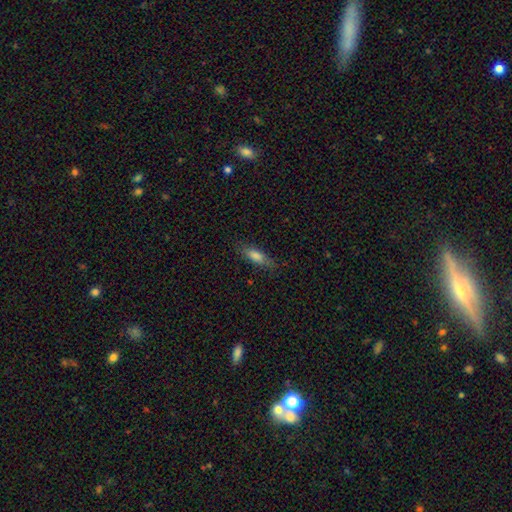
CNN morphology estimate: The model was most divided on "how rounded": in between: 51%, cigar-shaped: 47%, round: 2%. More confident: merging — none (80%); smooth or featured — smooth (77%).